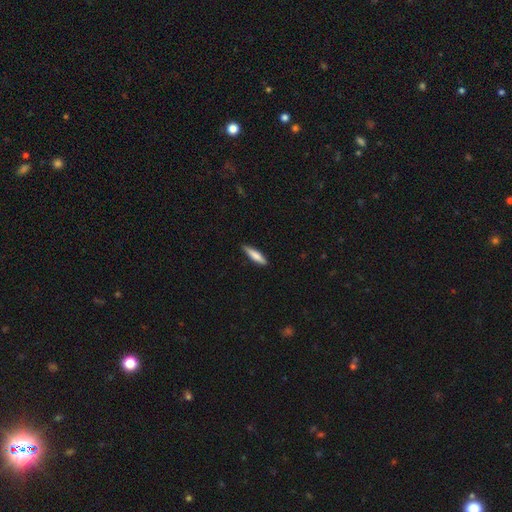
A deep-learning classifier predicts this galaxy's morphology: smooth 74%, featured or disk 20%, star or artifact 6%. Down the decision tree: how rounded — cigar-shaped (81%); merging — none (87%).